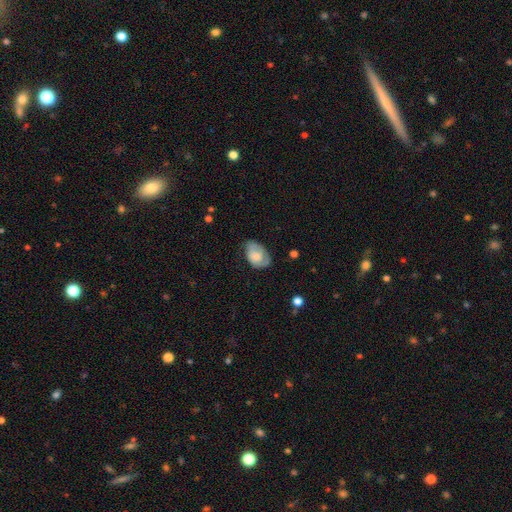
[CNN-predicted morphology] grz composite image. It shows a smooth galaxy with no disk features (62%) that is in between round and cigar-shaped (86%). Merging: none (48%).